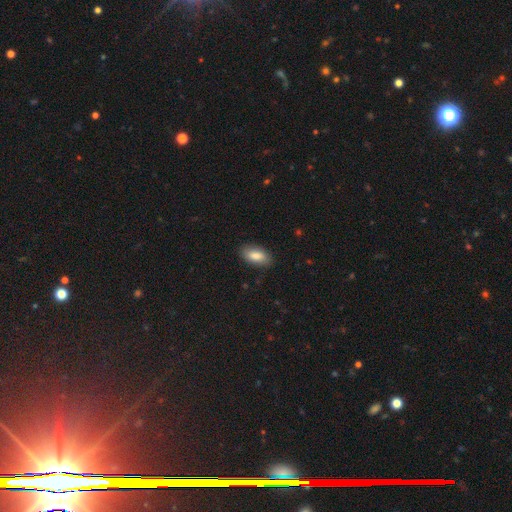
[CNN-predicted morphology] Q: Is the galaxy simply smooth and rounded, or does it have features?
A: smooth — 85%.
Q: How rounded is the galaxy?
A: in between — 92%.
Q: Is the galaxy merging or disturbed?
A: none — 86%.